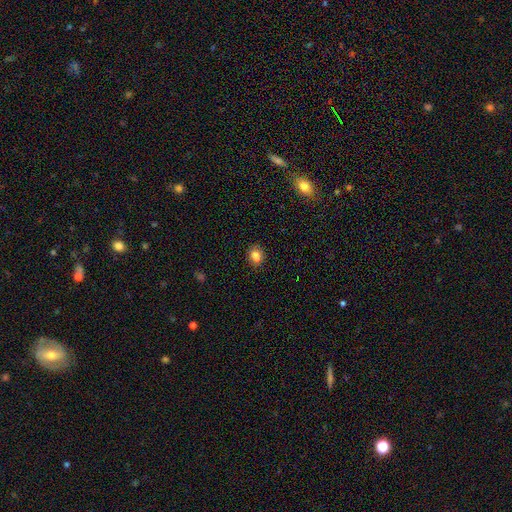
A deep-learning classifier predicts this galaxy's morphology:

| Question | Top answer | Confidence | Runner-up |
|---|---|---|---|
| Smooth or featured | smooth | 82% | star or artifact (11%) |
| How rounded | round | 54% | in between (44%) |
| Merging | none | 83% | minor disturbance (13%) |